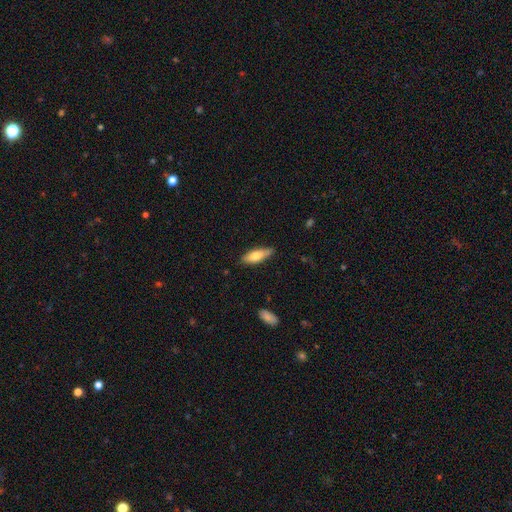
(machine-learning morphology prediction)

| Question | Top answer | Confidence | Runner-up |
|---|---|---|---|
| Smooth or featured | smooth | 72% | featured or disk (22%) |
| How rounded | in between | 51% | cigar-shaped (47%) |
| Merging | none | 79% | minor disturbance (17%) |